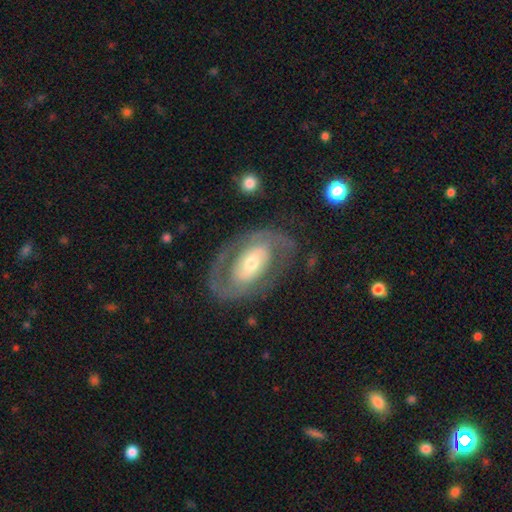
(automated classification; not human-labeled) smooth-or-featured: featured or disk: 83% | smooth: 11% | star or artifact: 6%
  disk-edge-on: no: 95% | yes: 5%
    bar: weak: 38% | no: 32% | strong: 29%
    has-spiral-arms: yes: 88% | no: 12%
      spiral-winding: tight: 49% | medium: 39% | loose: 12%
      spiral-arm-count: 2: 80% | can't tell: 10% | 1: 4% | 3: 3% | 4: 1% | more than 4: 1%
    bulge-size: moderate: 56% | small: 32% | large: 9% | none: 2% | dominant: 1%
  merging: none: 77% | minor disturbance: 14% | major disturbance: 8% | merger: 2%